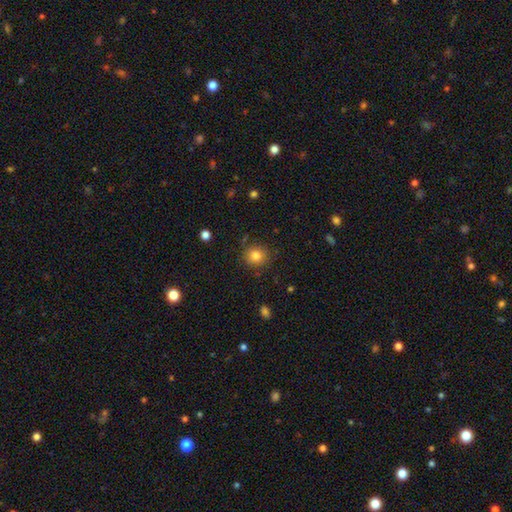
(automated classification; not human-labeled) Smooth or featured? smooth (81%)
How rounded? round (86%)
Merging? none (84%)